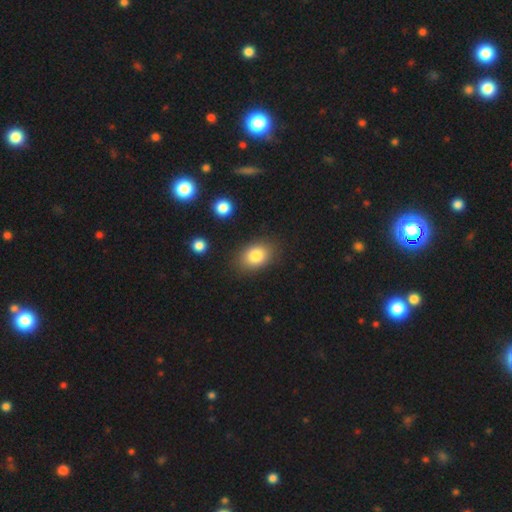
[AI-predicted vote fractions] Q: Smooth or featured?
A: smooth (82%); runner-up: star or artifact (9%)
Q: How rounded?
A: in between (75%); runner-up: round (24%)
Q: Merging?
A: none (84%); runner-up: minor disturbance (11%)